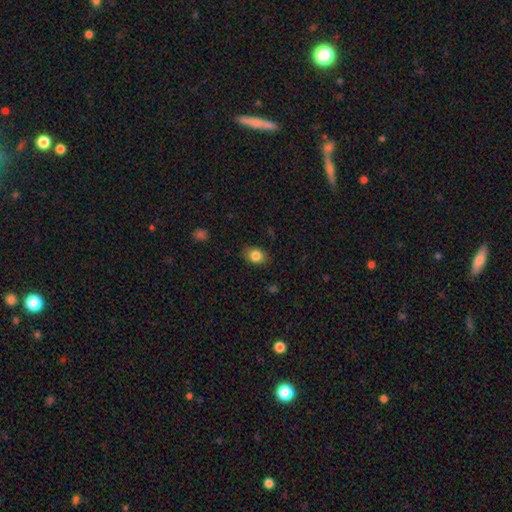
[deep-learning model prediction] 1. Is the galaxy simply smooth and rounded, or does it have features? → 84% smooth, 9% star or artifact, 7% featured or disk.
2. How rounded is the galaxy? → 62% in between, 37% round, 1% cigar-shaped.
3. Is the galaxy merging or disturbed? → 84% none, 12% minor disturbance, 3% major disturbance, 1% merger.